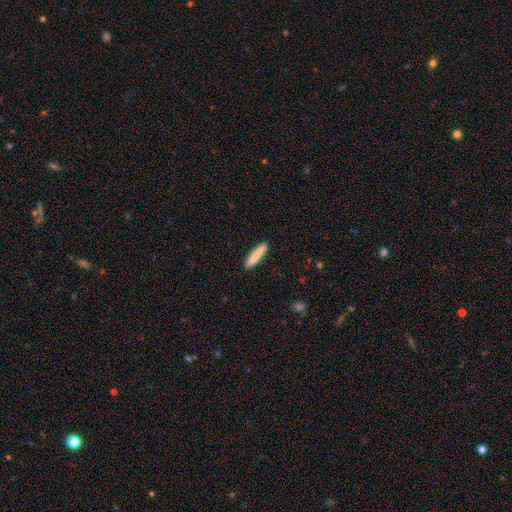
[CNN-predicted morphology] Smooth or featured? smooth (81%)
How rounded? cigar-shaped (90%)
Merging? none (90%)